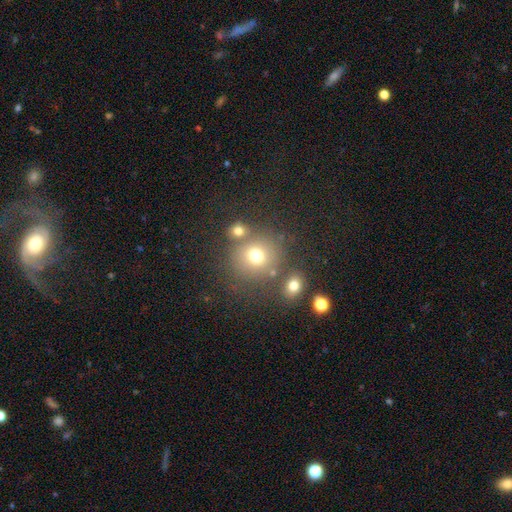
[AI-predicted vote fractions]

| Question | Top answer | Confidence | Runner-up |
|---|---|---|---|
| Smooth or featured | smooth | 71% | star or artifact (18%) |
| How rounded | round | 84% | in between (15%) |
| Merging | none | 66% | merger (18%) |